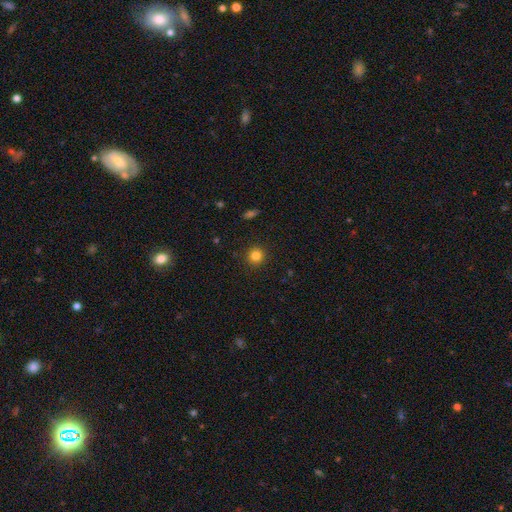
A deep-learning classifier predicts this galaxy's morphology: A smooth galaxy with no disk features (83%) that is round (93%). Merging: none (92%).